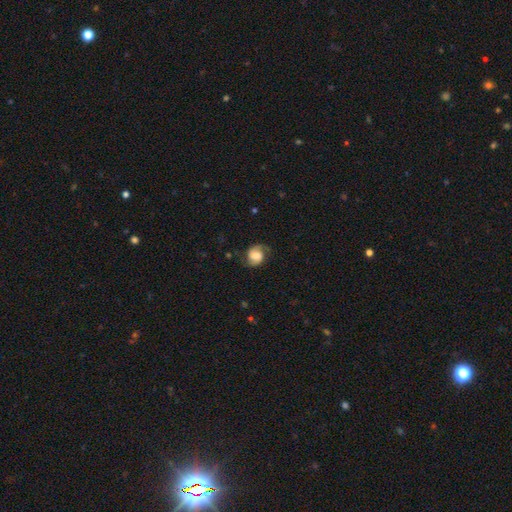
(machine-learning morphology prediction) Smooth or featured? featured or disk (69%)
Edge-on disk? no (98%)
Bar? no (49%)
Spiral arms? yes (94%)
Spiral winding? medium (48%)
Spiral arm count? 2 (86%)
Bulge size? large (34%)
Merging? none (70%)